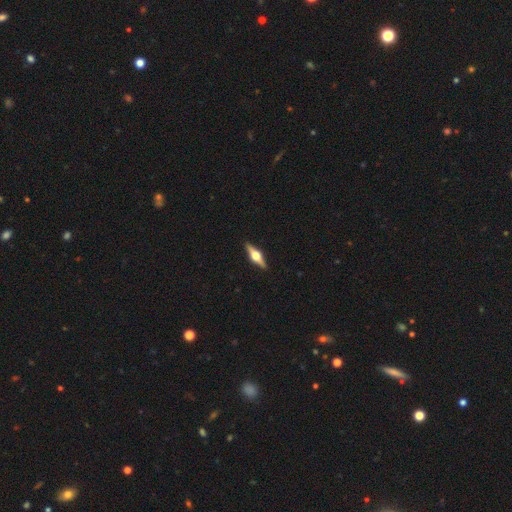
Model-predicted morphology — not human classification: Smooth or featured: featured or disk — 77% (smooth — 18%)
Edge-on disk: yes — 97% (no — 3%)
Edge-on bulge: rounded — 95% (boxy — 4%)
Merging: none — 91% (minor disturbance — 7%)